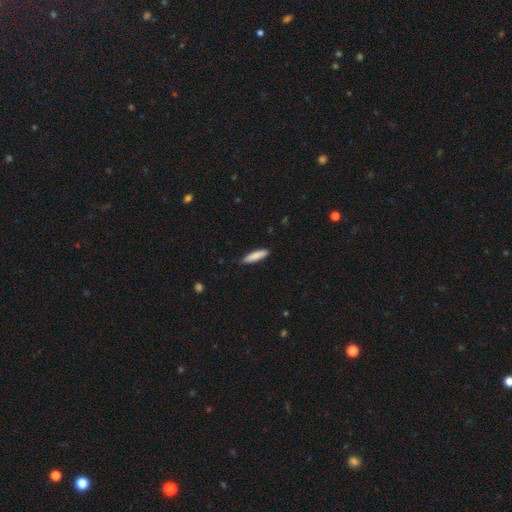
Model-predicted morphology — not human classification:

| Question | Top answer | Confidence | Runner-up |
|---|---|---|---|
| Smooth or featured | smooth | 85% | featured or disk (9%) |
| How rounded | cigar-shaped | 74% | in between (24%) |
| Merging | none | 85% | minor disturbance (13%) |